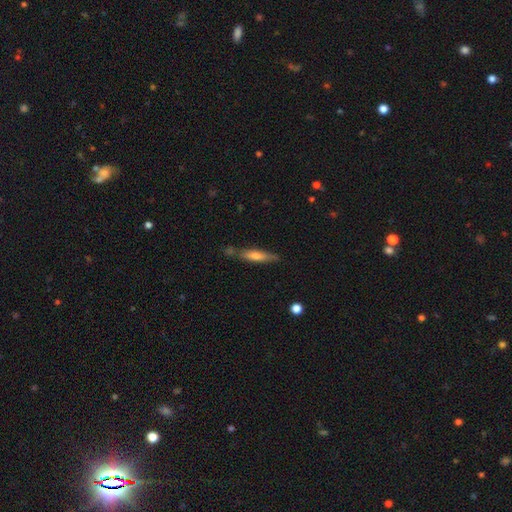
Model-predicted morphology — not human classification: smooth 47%, featured or disk 45%, star or artifact 7%. Down the decision tree: merging — none (75%).